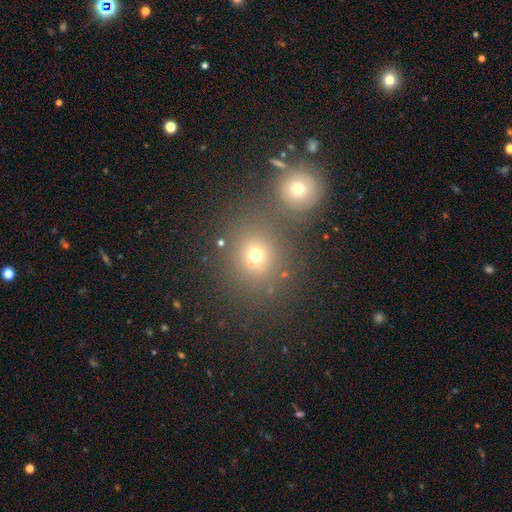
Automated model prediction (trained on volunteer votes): smooth_or_featured: smooth (p=0.68) [alt: star or artifact p=0.21]
how_rounded: round (p=0.80) [alt: in between p=0.19]
merging: none (p=0.63) [alt: merger p=0.24]